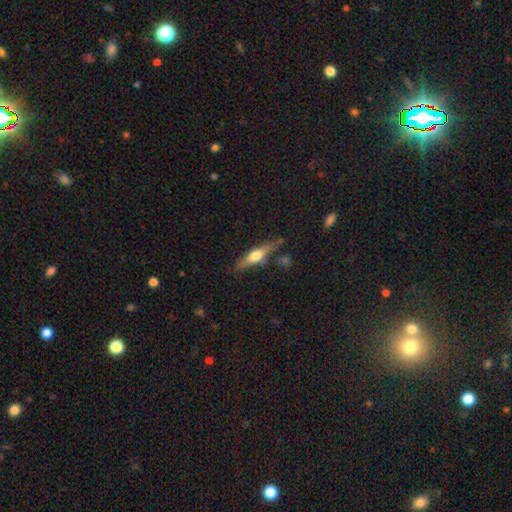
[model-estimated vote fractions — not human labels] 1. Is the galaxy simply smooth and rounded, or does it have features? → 53% featured or disk, 40% smooth, 7% star or artifact.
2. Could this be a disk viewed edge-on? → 91% yes, 9% no.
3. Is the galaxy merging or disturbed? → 73% none, 17% minor disturbance, 5% merger, 5% major disturbance.